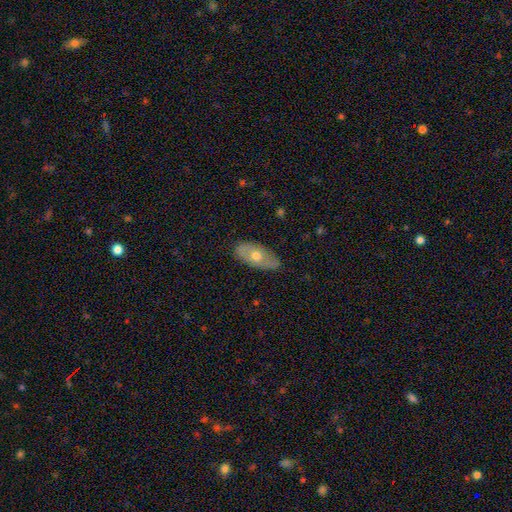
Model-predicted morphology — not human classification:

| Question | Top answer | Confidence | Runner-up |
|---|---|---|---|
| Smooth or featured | smooth | 51% | featured or disk (43%) |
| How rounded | in between | 88% | cigar-shaped (7%) |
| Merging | none | 80% | minor disturbance (16%) |